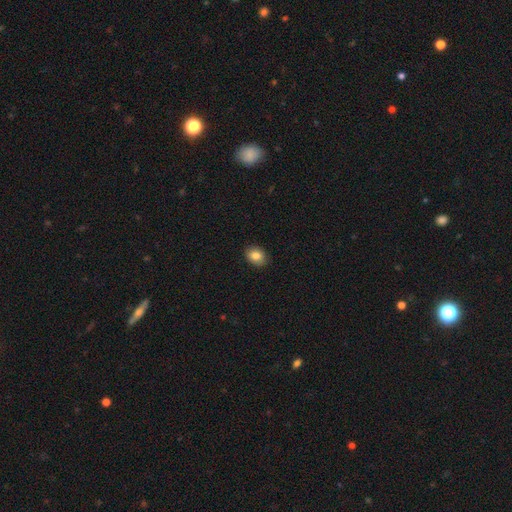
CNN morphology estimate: Q: Smooth or featured?
A: smooth (85%); runner-up: star or artifact (9%)
Q: How rounded?
A: in between (65%); runner-up: round (34%)
Q: Merging?
A: none (87%); runner-up: minor disturbance (10%)